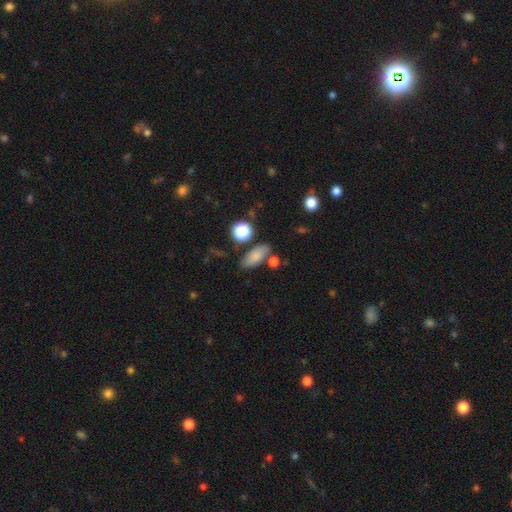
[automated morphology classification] Smooth or featured? smooth (79%)
How rounded? in between (75%)
Merging? none (71%)